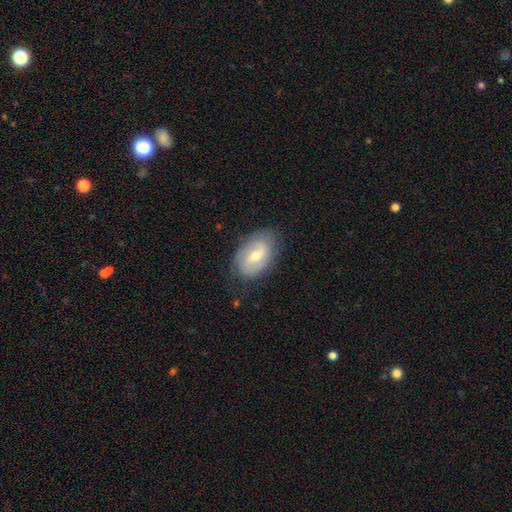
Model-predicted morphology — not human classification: featured or disk 49%, smooth 44%, star or artifact 7%. Down the decision tree: merging — none (75%).